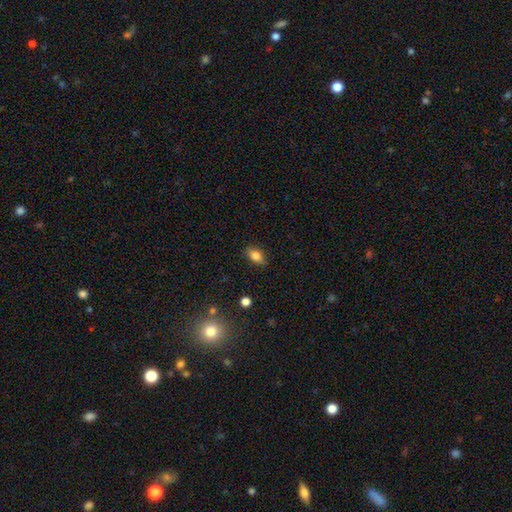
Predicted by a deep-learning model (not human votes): A smooth galaxy with no disk features (80%) that is in between round and cigar-shaped (84%).

Vote fractions:
- Smooth or featured? smooth: 80% / featured or disk: 11% / star or artifact: 9%
- How rounded? in between: 84% / round: 10% / cigar-shaped: 6%
- Merging? none: 84% / minor disturbance: 12% / major disturbance: 3% / merger: 1%